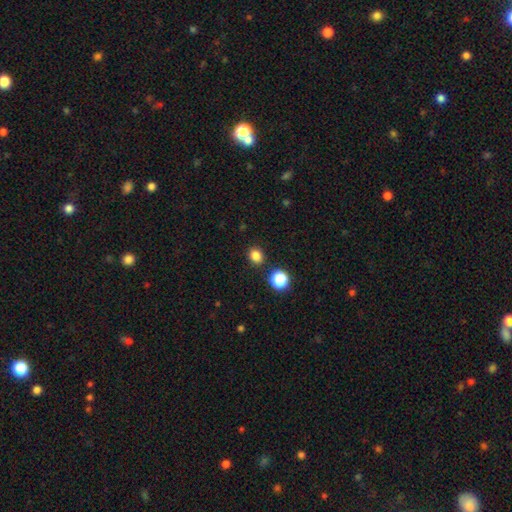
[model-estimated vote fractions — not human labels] This appears to be a smooth galaxy with no disk features (82%) that is round (69%). Merging: none (86%).